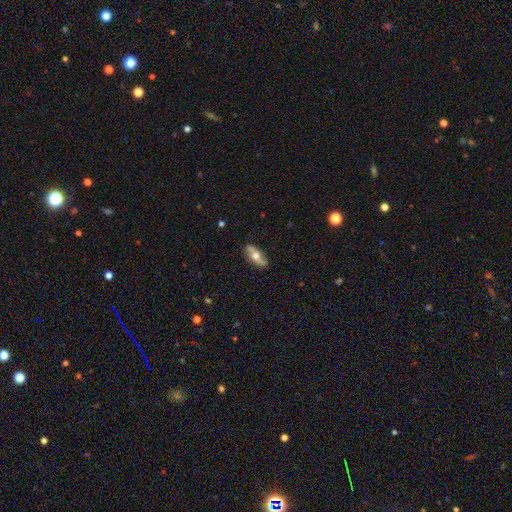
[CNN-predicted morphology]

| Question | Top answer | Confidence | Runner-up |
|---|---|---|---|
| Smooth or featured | featured or disk | 48% | smooth (45%) |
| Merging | none | 83% | minor disturbance (13%) |